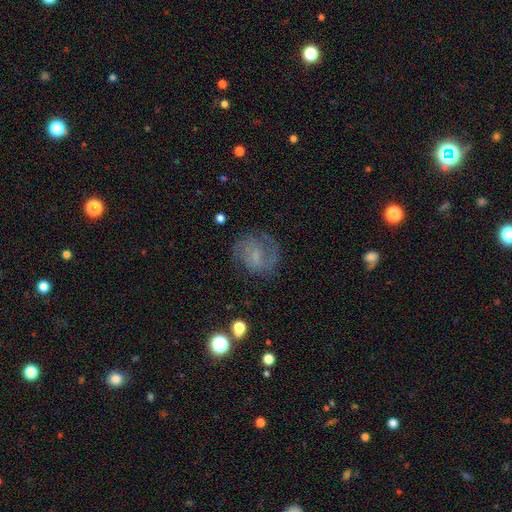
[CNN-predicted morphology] featured or disk 62%, smooth 27%, star or artifact 12%. Down the decision tree: edge-on disk — no (97%); bar — weak (45%); spiral arms — yes (85%); spiral arm count — 2 (61%); spiral winding — medium (46%); bulge size — small (44%); merging — none (68%).